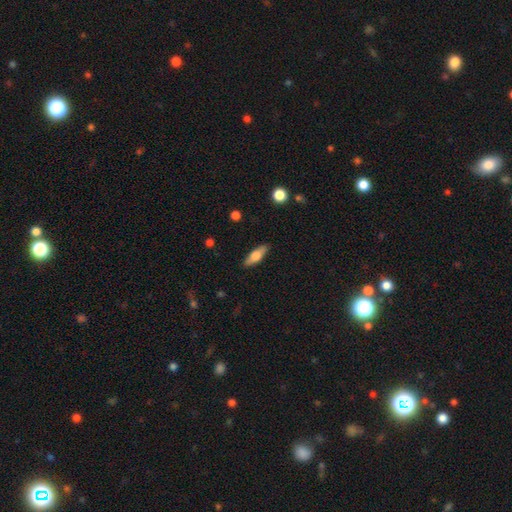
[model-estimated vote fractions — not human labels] The model was most divided on "how rounded": in between: 54%, cigar-shaped: 43%, round: 3%. More confident: merging — none (88%); smooth or featured — smooth (62%).